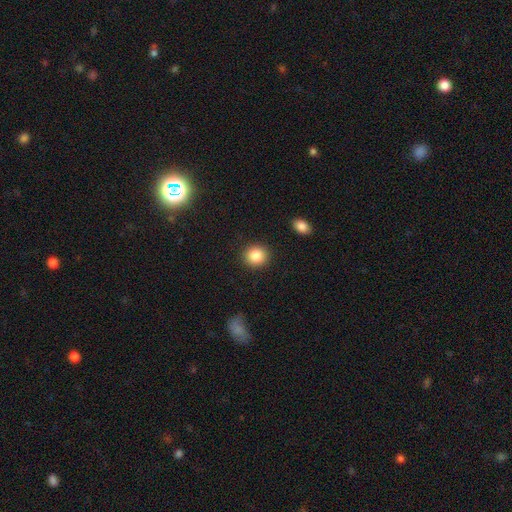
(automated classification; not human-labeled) smooth_or_featured: smooth (p=0.85) [alt: star or artifact p=0.09]
how_rounded: round (p=0.87) [alt: in between p=0.12]
merging: none (p=0.90) [alt: minor disturbance p=0.06]